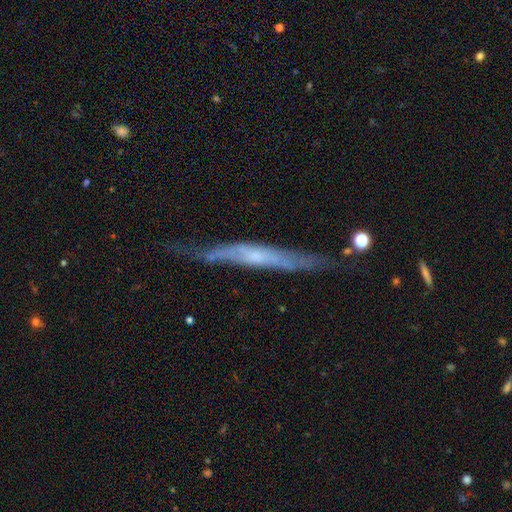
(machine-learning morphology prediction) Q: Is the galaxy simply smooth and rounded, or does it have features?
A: featured or disk — 69%.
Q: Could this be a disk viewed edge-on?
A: yes — 82%.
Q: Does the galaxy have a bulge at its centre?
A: none — 53%.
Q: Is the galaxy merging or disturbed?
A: none — 61%.